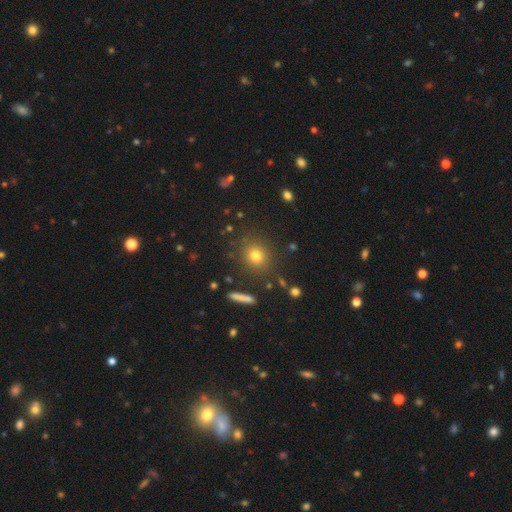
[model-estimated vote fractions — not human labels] Morphology: type=smooth (74%); roundness=round (82%); merging=none (87%).